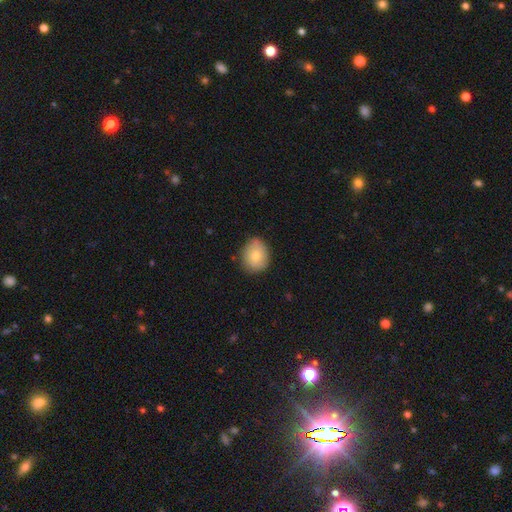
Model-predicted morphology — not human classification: smooth-or-featured: smooth: 76% | featured or disk: 16% | star or artifact: 8%
  how-rounded: round: 59% | in between: 41% | cigar-shaped: 1%
  merging: none: 77% | minor disturbance: 19% | major disturbance: 3% | merger: 1%